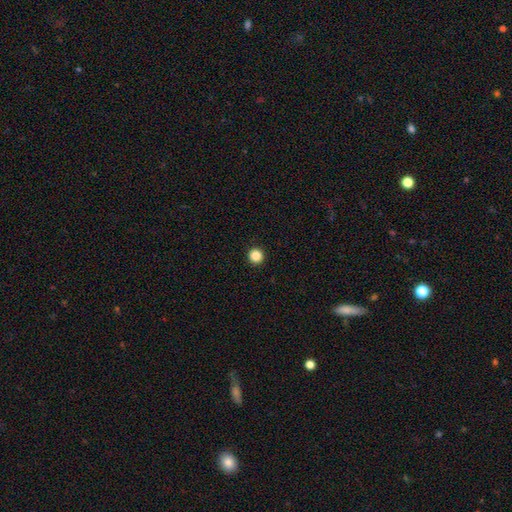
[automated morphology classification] Smooth or featured? smooth (86%)
How rounded? round (96%)
Merging? none (94%)